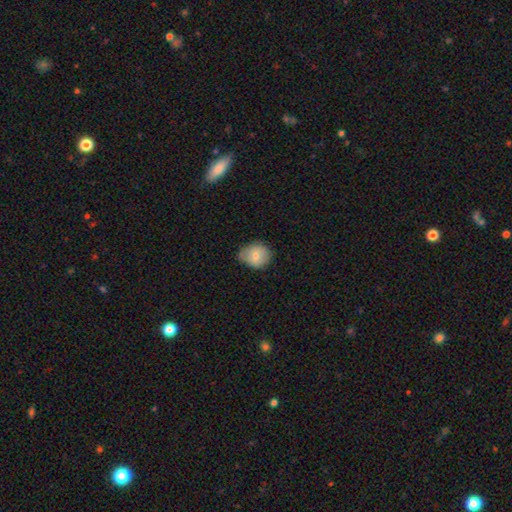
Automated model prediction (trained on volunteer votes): Smooth or featured?
  - smooth: 77% *
  - featured or disk: 15%
  - star or artifact: 8%
How rounded?
  - round: 63% *
  - in between: 36%
  - cigar-shaped: 1%
Merging?
  - none: 59% *
  - minor disturbance: 33%
  - major disturbance: 6%
  - merger: 1%